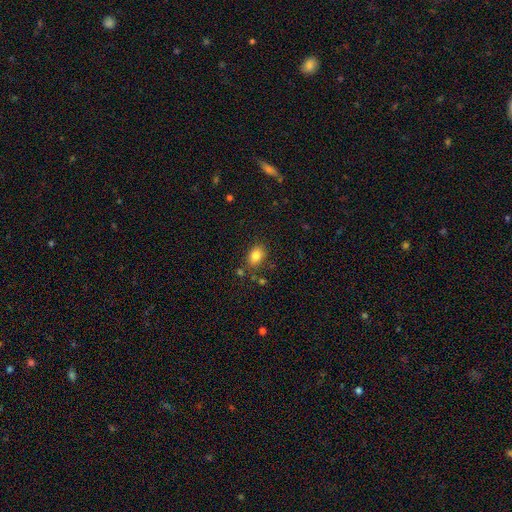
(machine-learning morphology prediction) A smooth galaxy with no disk features (83%) that is in between round and cigar-shaped (72%).

Vote fractions:
- Smooth or featured? smooth: 83% / star or artifact: 10% / featured or disk: 7%
- How rounded? in between: 72% / round: 26% / cigar-shaped: 1%
- Merging? none: 78% / minor disturbance: 13% / merger: 5% / major disturbance: 4%